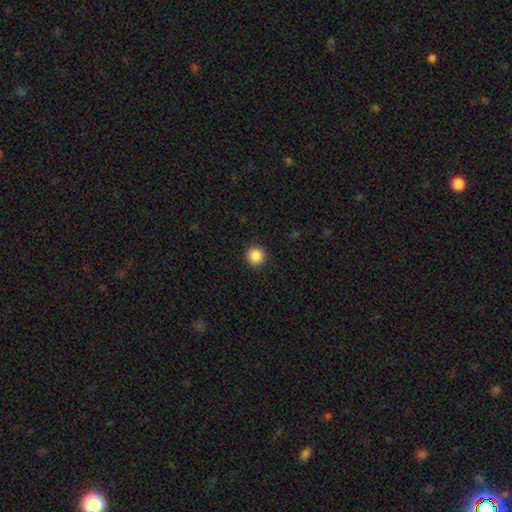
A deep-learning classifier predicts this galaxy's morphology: Overall: smooth (88%). How rounded: round (96%). Merging: none (92%).